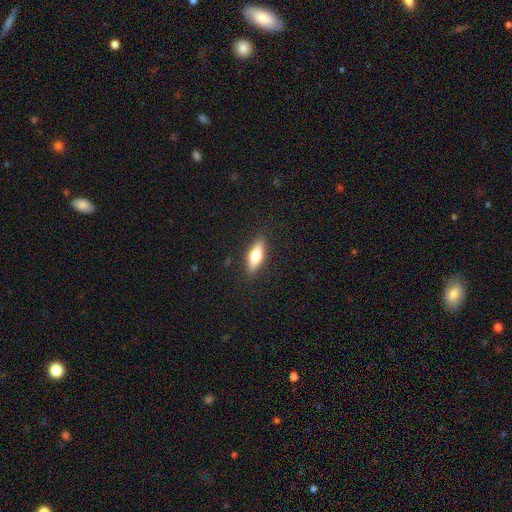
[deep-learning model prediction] smooth 65%, featured or disk 28%, star or artifact 7%. Down the decision tree: how rounded — in between (54%); merging — none (88%).